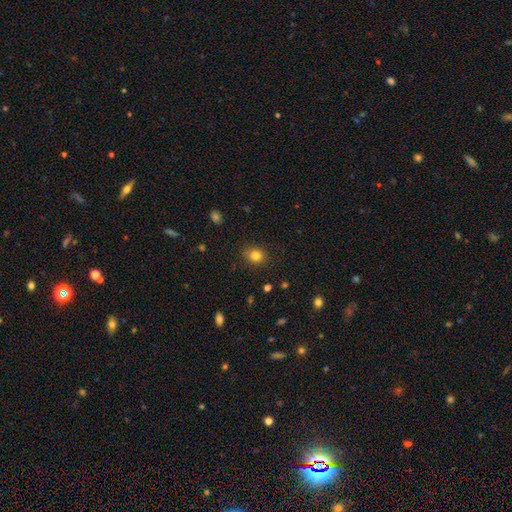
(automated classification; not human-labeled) smooth_or_featured: smooth (p=0.81) [alt: star or artifact p=0.12]
how_rounded: round (p=0.63) [alt: in between p=0.36]
merging: none (p=0.83) [alt: minor disturbance p=0.12]